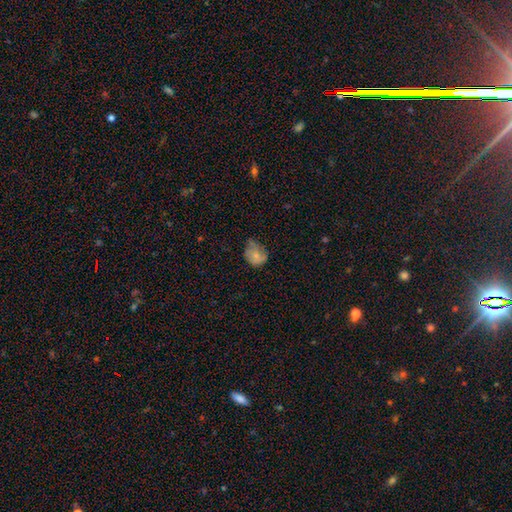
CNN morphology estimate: The model was most divided on "merging": minor disturbance: 43%, none: 37%, major disturbance: 18%, merger: 3%. More confident: smooth or featured — smooth (71%); how rounded — round (53%).